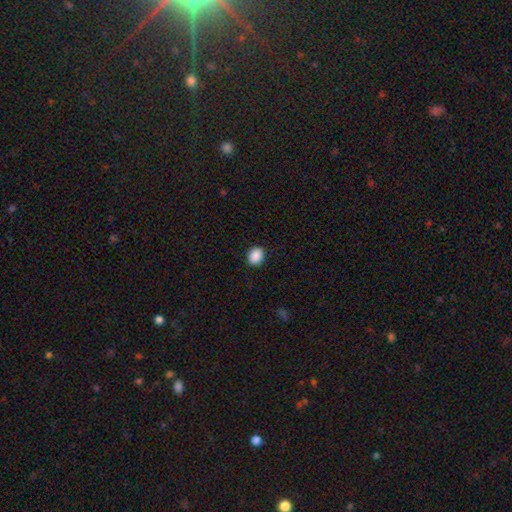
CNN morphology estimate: type=smooth (90%); roundness=in between (59%); merging=none (90%).